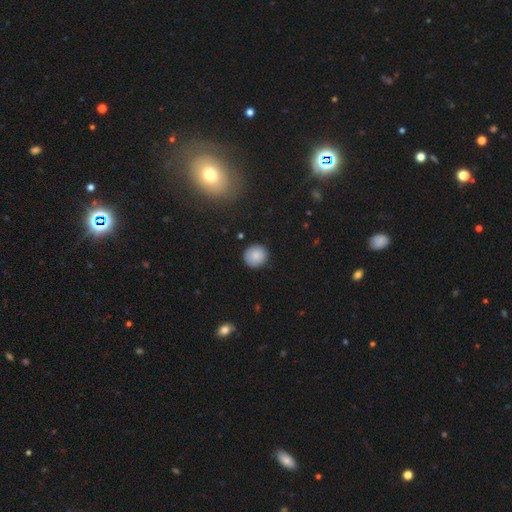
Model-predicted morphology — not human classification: This is clearly a smooth galaxy (86%). How rounded: clearly round (91%). Merging: clearly none (90%).